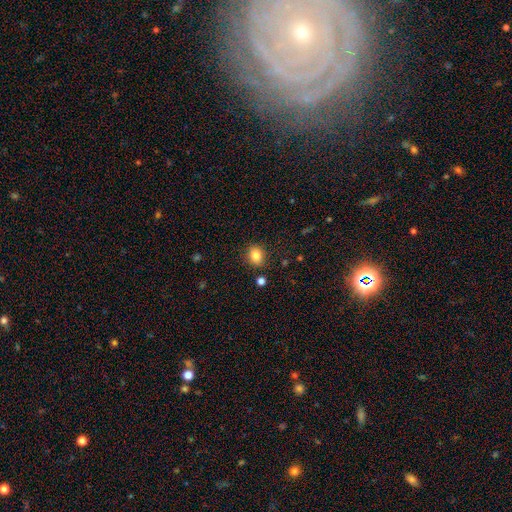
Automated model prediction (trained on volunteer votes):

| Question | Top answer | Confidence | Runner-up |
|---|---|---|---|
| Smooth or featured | smooth | 83% | star or artifact (10%) |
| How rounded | round | 62% | in between (37%) |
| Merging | none | 87% | minor disturbance (8%) |